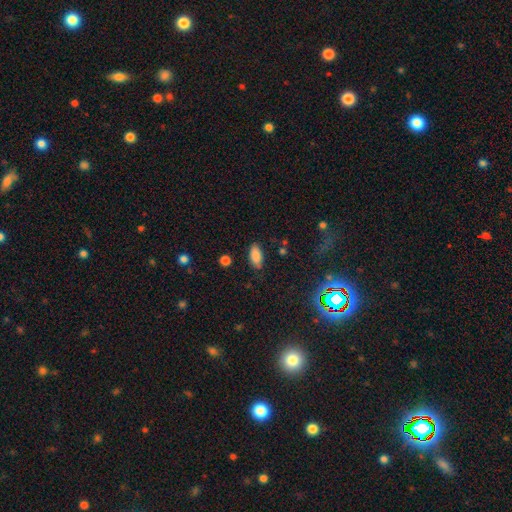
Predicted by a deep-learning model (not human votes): Overall: smooth (84%). How rounded: in between (90%). Merging: none (82%).